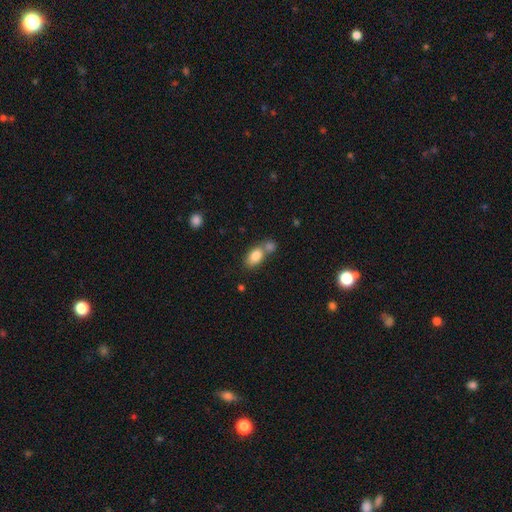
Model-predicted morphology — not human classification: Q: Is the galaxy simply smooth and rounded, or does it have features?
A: smooth — 84%.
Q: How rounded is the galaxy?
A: in between — 87%.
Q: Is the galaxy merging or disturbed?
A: merger — 44%.